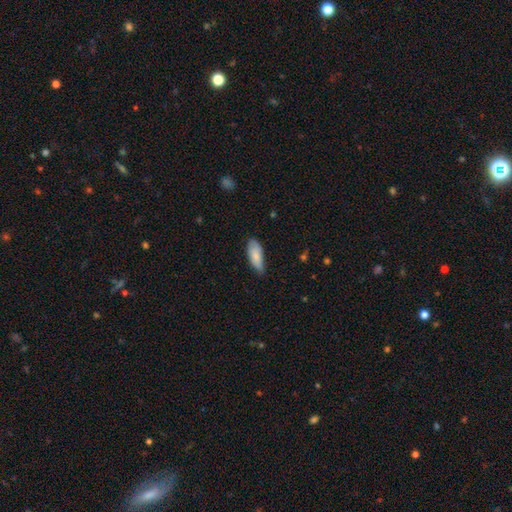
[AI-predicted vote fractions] Morphology: type=smooth (81%); roundness=in between (78%); merging=none (61%).